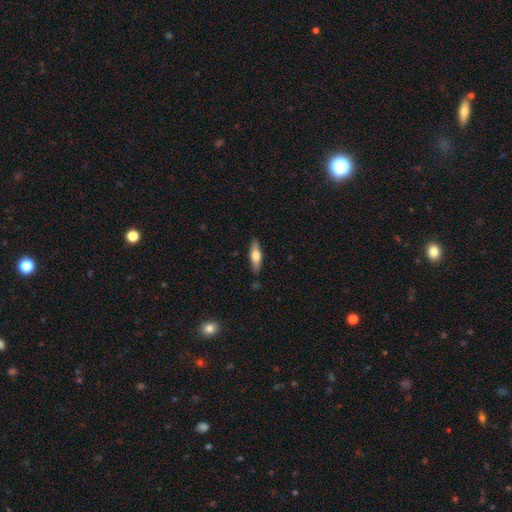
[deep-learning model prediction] smooth 62%, featured or disk 32%, star or artifact 6%. Down the decision tree: how rounded — cigar-shaped (51%); merging — none (85%).